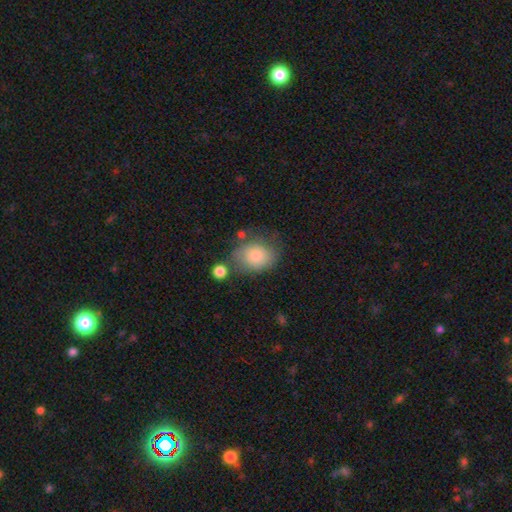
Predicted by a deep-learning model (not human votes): This is clearly a smooth galaxy (82%). How rounded: possibly in between (56%). Merging: possibly none (56%).